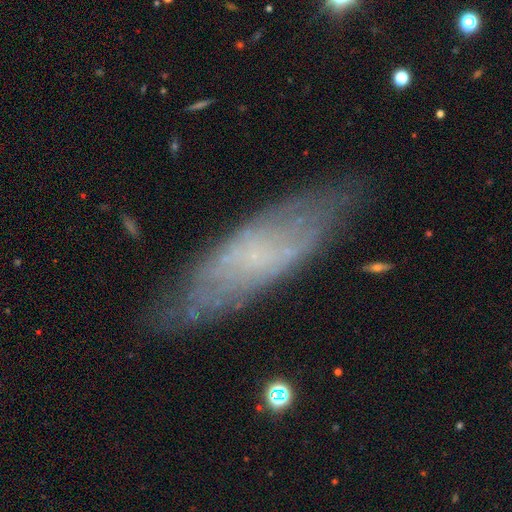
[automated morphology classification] Smooth or featured? featured or disk (51%)
Edge-on disk? no (66%)
Merging? none (78%)